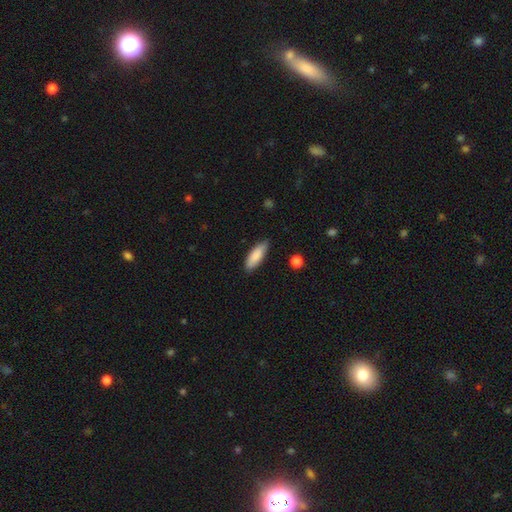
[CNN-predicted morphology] The model was most divided on "how rounded": in between: 63%, cigar-shaped: 35%, round: 2%. More confident: smooth or featured — smooth (86%); merging — none (81%).